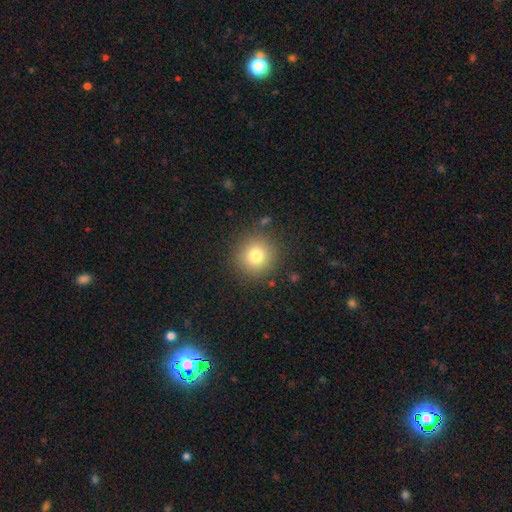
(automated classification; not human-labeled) The model was most divided on "smooth or featured": smooth: 79%, star or artifact: 12%, featured or disk: 9%. More confident: how rounded — round (94%); merging — none (88%).